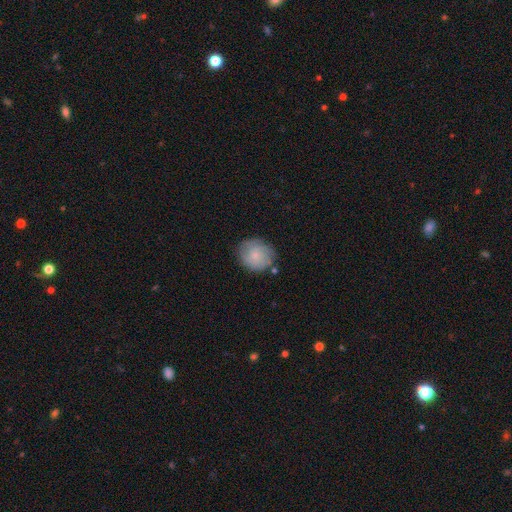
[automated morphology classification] This is likely a smooth galaxy (71%). How rounded: clearly round (82%). Merging: likely none (74%).